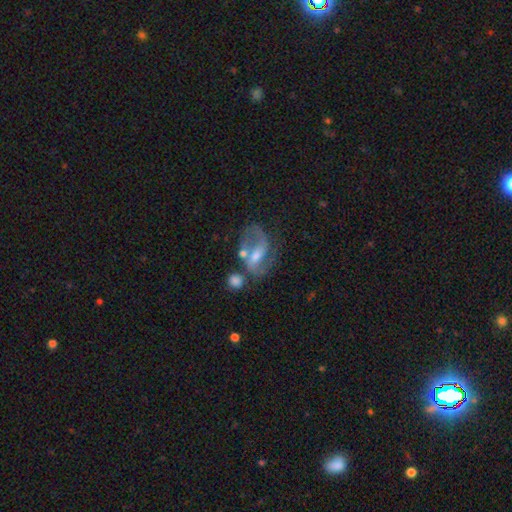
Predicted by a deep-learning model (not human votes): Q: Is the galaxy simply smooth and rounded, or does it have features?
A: featured or disk — 75%.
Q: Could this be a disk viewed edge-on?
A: no — 96%.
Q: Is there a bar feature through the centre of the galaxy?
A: weak — 46%.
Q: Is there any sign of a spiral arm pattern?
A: yes — 85%.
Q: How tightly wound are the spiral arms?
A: medium — 45%.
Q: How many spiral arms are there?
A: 2 — 70%.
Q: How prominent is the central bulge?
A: moderate — 45%.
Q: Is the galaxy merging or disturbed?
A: none — 40%.